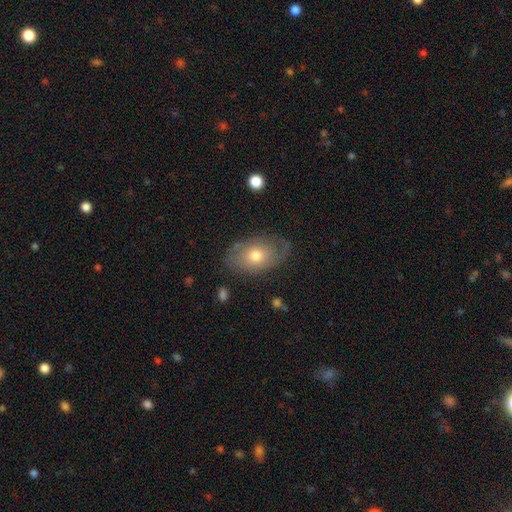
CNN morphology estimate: Smooth or featured? smooth (54%)
How rounded? in between (86%)
Merging? none (73%)